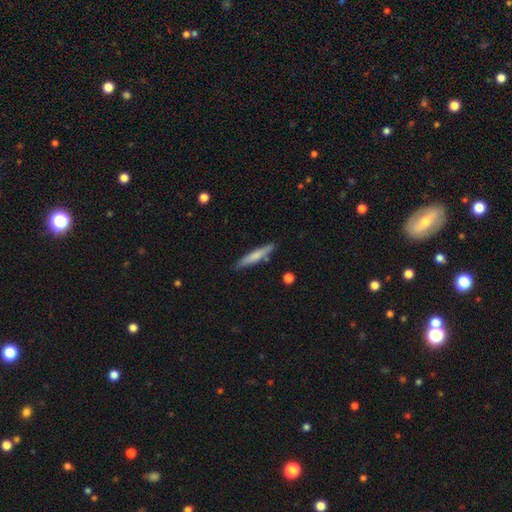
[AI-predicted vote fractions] Smooth or featured?
  - smooth: 69% *
  - featured or disk: 26%
  - star or artifact: 6%
How rounded?
  - cigar-shaped: 91% *
  - in between: 8%
  - round: 1%
Merging?
  - none: 83% *
  - minor disturbance: 12%
  - merger: 3%
  - major disturbance: 2%